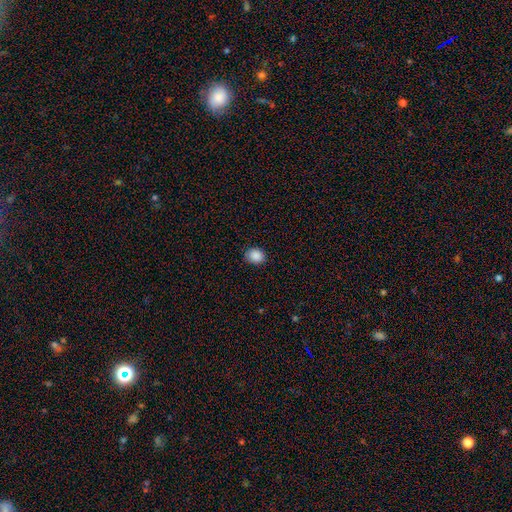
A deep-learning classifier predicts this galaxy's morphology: Smooth or featured?
  - smooth: 88% *
  - star or artifact: 9%
  - featured or disk: 3%
How rounded?
  - round: 65% *
  - in between: 34%
  - cigar-shaped: 1%
Merging?
  - none: 86% *
  - minor disturbance: 10%
  - major disturbance: 2%
  - merger: 1%